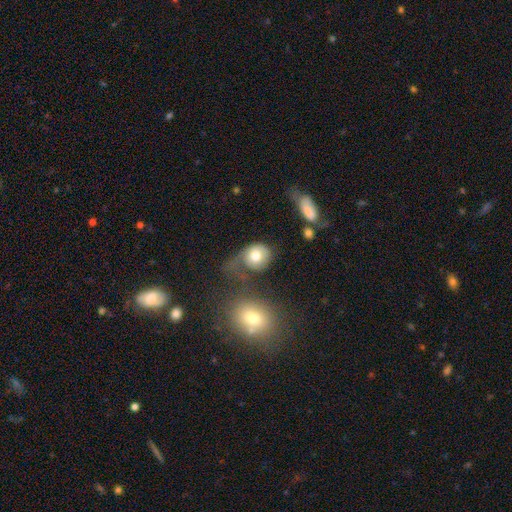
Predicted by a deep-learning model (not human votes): smooth 68%, featured or disk 23%, star or artifact 8%. Down the decision tree: how rounded — round (69%); merging — major disturbance (37%).